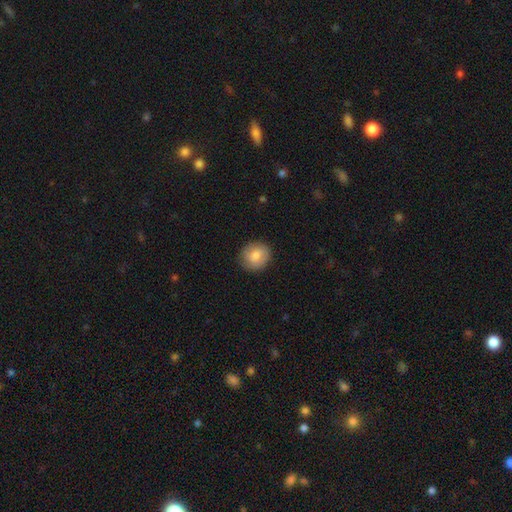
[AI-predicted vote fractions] smooth 79%, featured or disk 14%, star or artifact 7%. Down the decision tree: how rounded — round (79%); merging — none (85%).